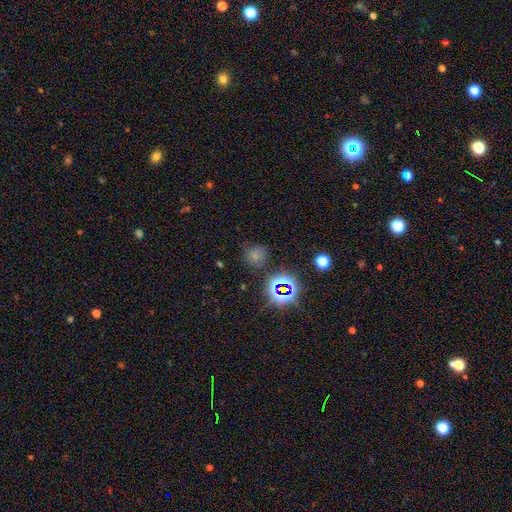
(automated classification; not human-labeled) A smooth galaxy with no disk features (57%) that is round (86%). Merging: none (75%).